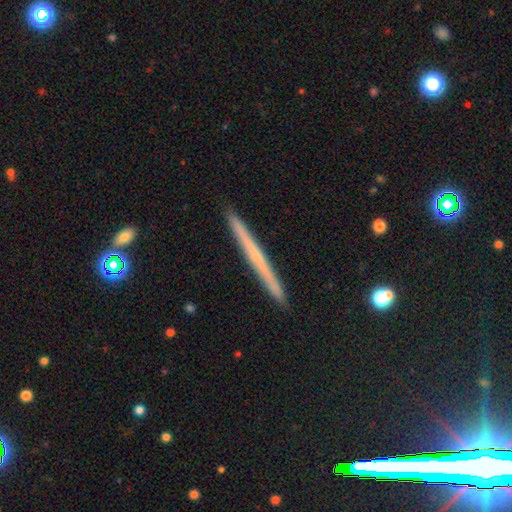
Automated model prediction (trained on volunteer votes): Morphology: type=featured or disk (59%); edge-on=yes (98%); edge-on bulge=none (72%); merging=none (92%).